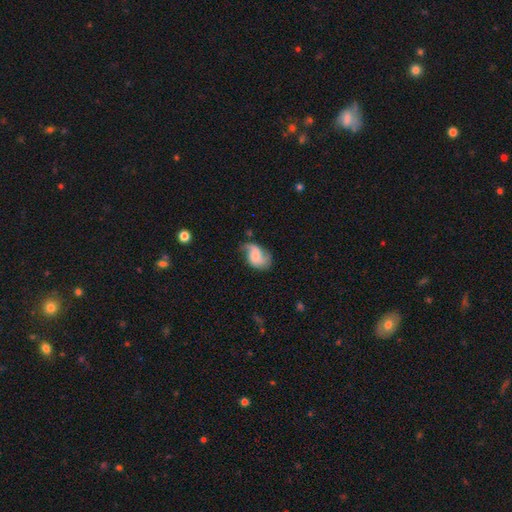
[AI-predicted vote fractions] The model was most divided on "bulge size": none: 31%, small: 27%, moderate: 24%, large: 13%, dominant: 4%. Remaining: edge-on disk — no (97%); spiral arms — yes (89%); bar — no (59%); smooth or featured — featured or disk (54%); merging — none (47%).